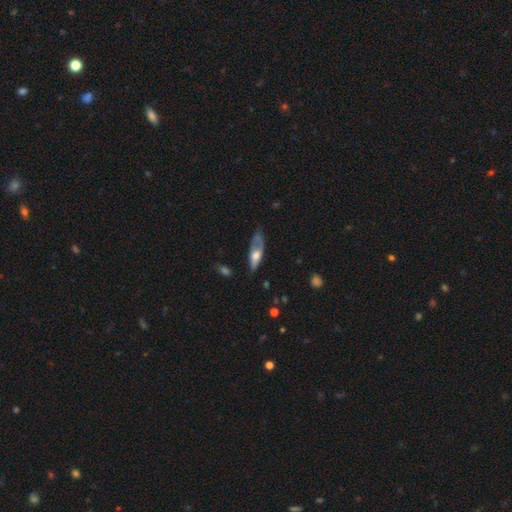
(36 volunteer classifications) Smooth or featured: smooth — 64% (featured or disk — 31%)
How rounded: in between — 61% (cigar-shaped — 35%)
Merging: major disturbance — 50% (none — 26%)